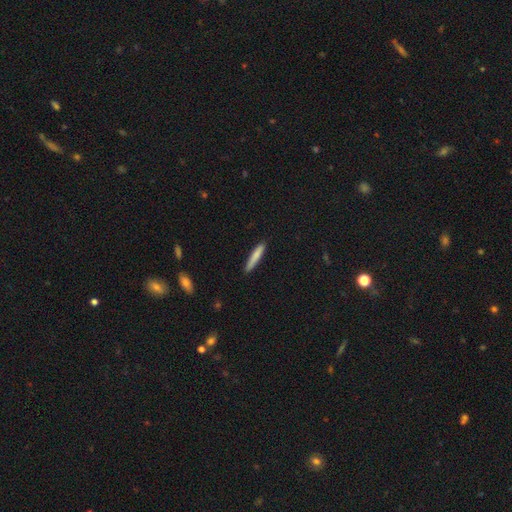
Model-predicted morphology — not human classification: Smooth or featured? Predicted: smooth (p=0.79). How rounded? Predicted: cigar-shaped (p=0.93). Merging? Predicted: none (p=0.87).